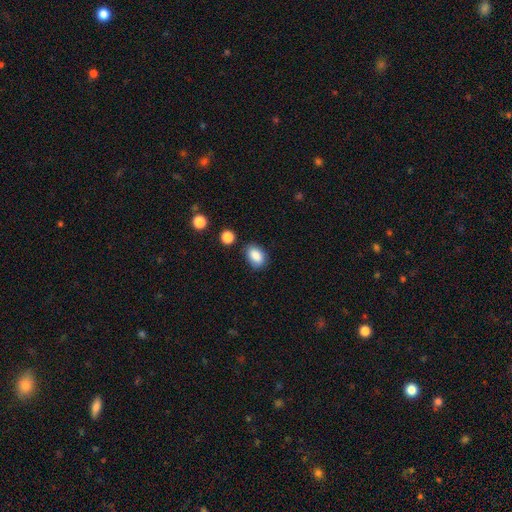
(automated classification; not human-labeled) Smooth or featured? smooth (88%)
How rounded? in between (84%)
Merging? none (77%)